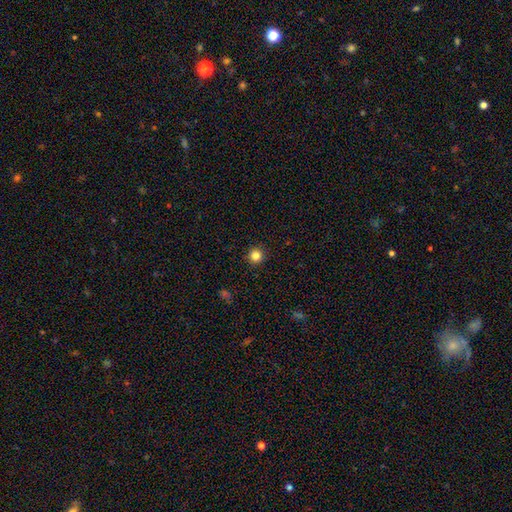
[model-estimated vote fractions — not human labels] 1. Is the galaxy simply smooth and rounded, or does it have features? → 84% smooth, 12% star or artifact, 4% featured or disk.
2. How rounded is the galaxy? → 96% round, 3% in between, 1% cigar-shaped.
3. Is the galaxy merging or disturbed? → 93% none, 5% minor disturbance, 2% major disturbance, 1% merger.